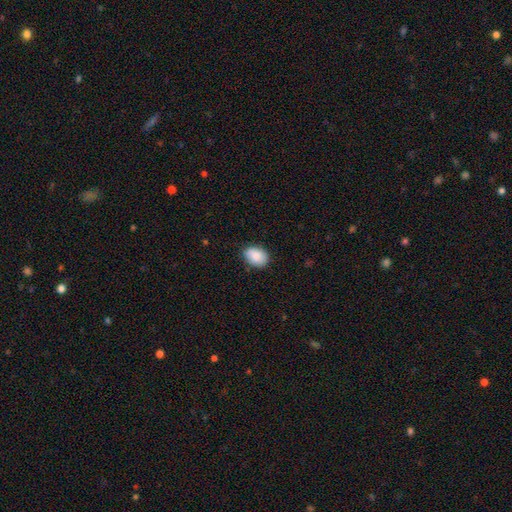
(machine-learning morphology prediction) smooth-or-featured: smooth: 86% | star or artifact: 7% | featured or disk: 7%
  how-rounded: in between: 74% | round: 25% | cigar-shaped: 1%
  merging: none: 79% | minor disturbance: 17% | major disturbance: 3% | merger: 1%